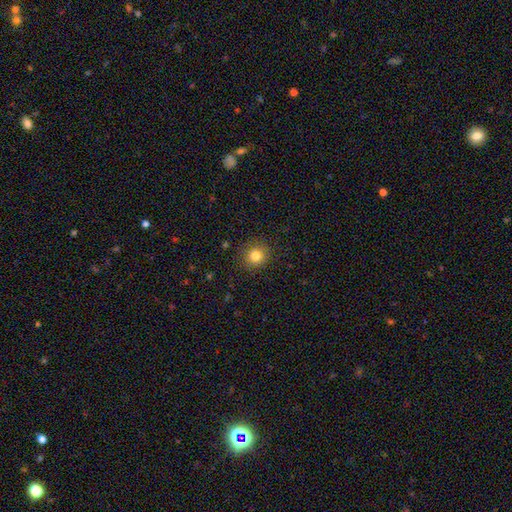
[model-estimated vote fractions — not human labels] Smooth or featured? Predicted: smooth (p=0.82). How rounded? Predicted: round (p=0.90). Merging? Predicted: none (p=0.88).